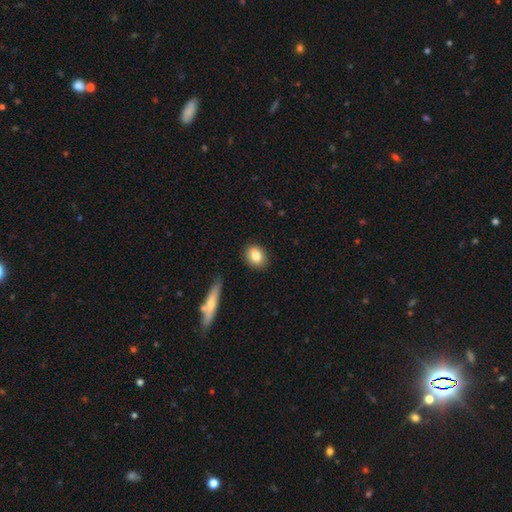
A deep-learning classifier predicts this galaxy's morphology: Smooth or featured? smooth (83%)
How rounded? round (50%)
Merging? none (88%)